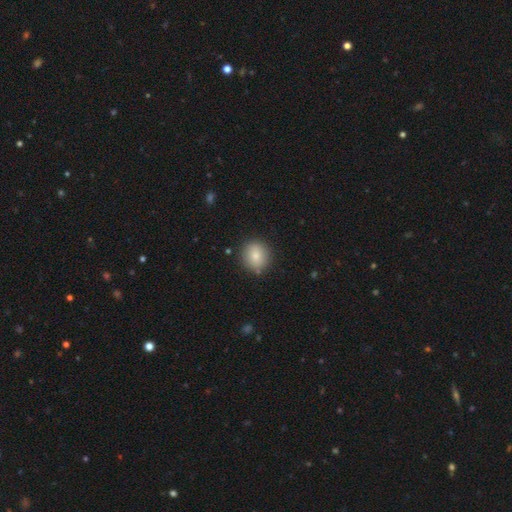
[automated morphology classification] This is clearly a smooth galaxy (82%). How rounded: clearly round (86%). Merging: clearly none (86%).